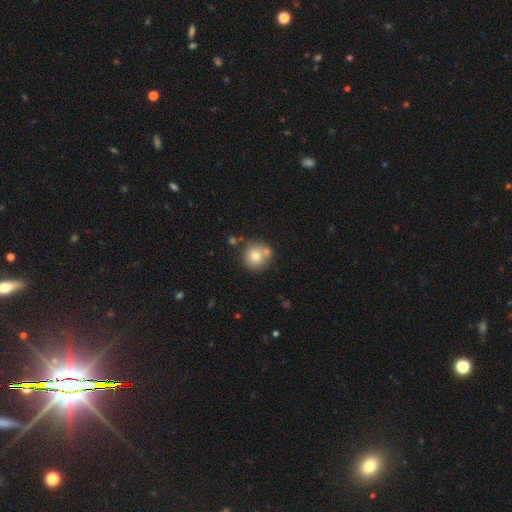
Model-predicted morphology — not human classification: Smooth or featured? smooth (75%)
How rounded? round (93%)
Merging? none (66%)